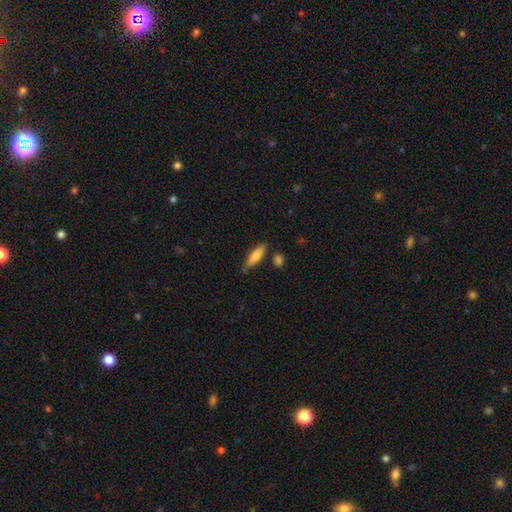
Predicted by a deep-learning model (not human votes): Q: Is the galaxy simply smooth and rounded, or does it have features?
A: smooth — 83%.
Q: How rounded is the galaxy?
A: cigar-shaped — 53%.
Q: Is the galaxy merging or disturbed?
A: none — 78%.